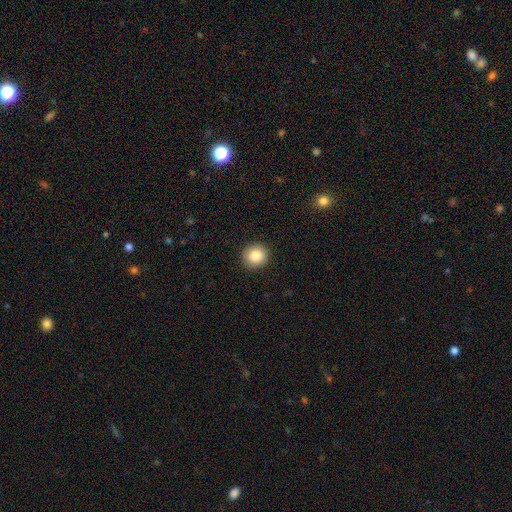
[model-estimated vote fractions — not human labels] Morphology: type=smooth (87%); roundness=round (90%); merging=none (91%).